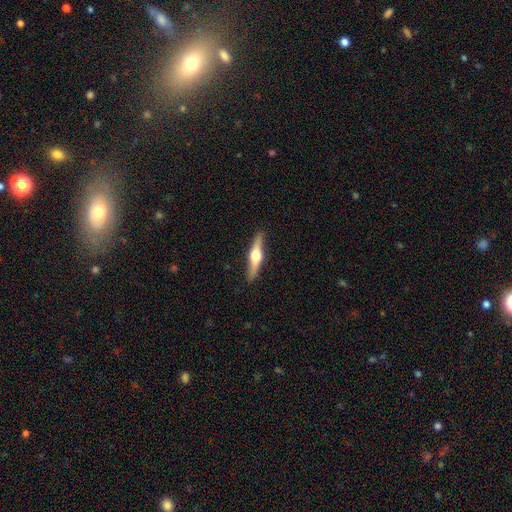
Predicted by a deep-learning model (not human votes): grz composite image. It shows a featured or disk galaxy (72%) viewed edge-on (95%) with a rounded central bulge (95%). Merging: none (89%).